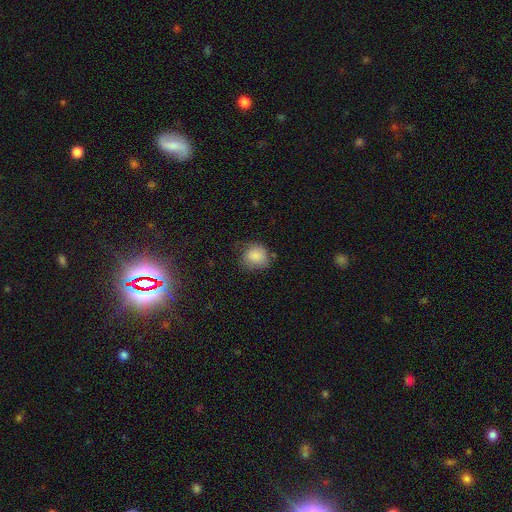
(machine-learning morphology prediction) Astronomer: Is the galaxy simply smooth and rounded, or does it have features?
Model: smooth — 84%.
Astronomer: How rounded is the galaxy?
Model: round — 75%.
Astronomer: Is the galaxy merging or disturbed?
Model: none — 63%.